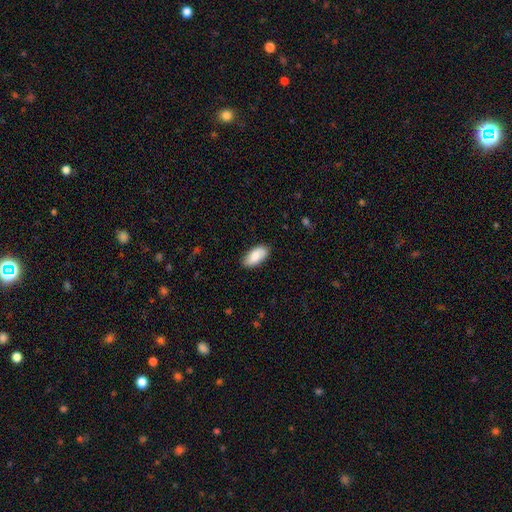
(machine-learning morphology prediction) Overall: smooth (83%). How rounded: in between (93%). Merging: none (85%).